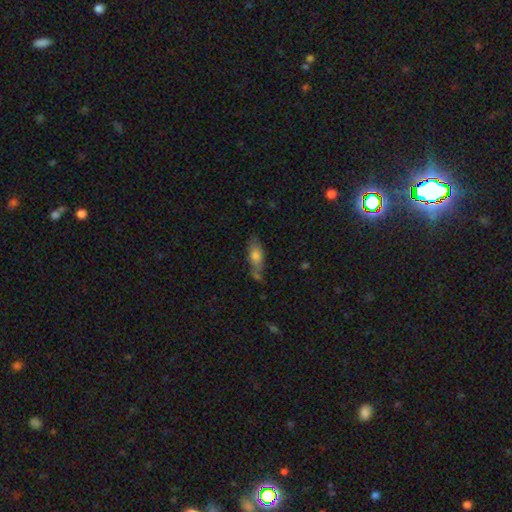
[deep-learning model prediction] Smooth or featured? smooth (70%)
How rounded? in between (66%)
Merging? none (53%)